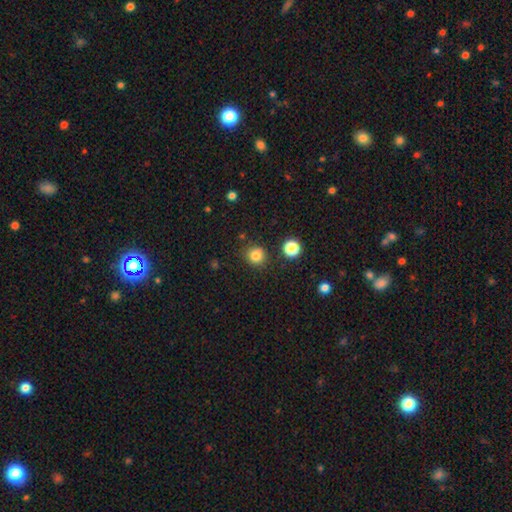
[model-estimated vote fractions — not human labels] smooth-or-featured: smooth: 82% | star or artifact: 13% | featured or disk: 5%
  how-rounded: round: 89% | in between: 10% | cigar-shaped: 1%
  merging: none: 85% | minor disturbance: 9% | merger: 4% | major disturbance: 3%